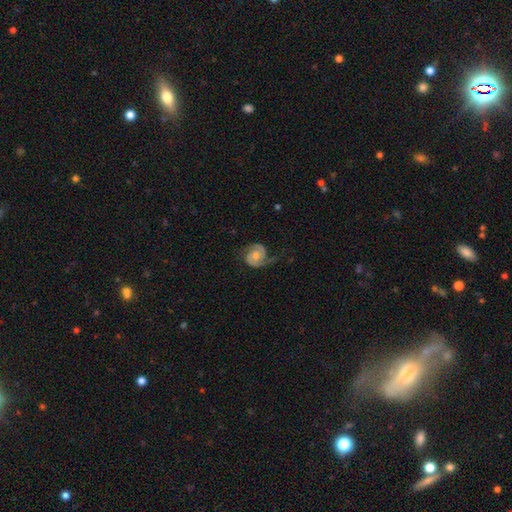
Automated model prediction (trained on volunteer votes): Overall: featured or disk (84%). Edge-on disk: no (98%). Bar: no (68%). Spiral arms: yes (97%). Spiral arm count: 2 (86%). Spiral winding: tight (44%; medium 42%). Bulge size: moderate (50%; small 33%). Merging: none (63%).